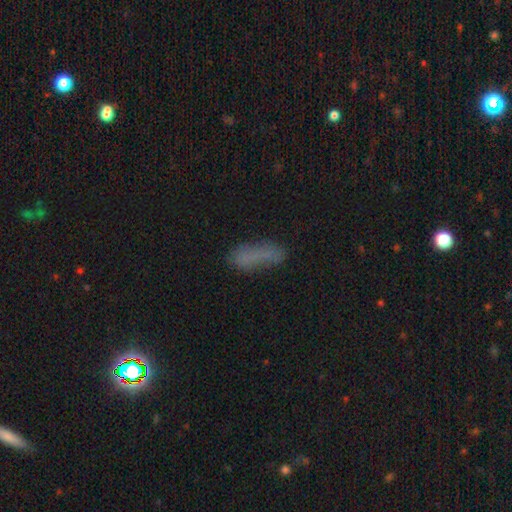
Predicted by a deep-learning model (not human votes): A smooth galaxy with no disk features (65%) that is cigar-shaped (60%).

Vote fractions:
- Smooth or featured? smooth: 65% / star or artifact: 18% / featured or disk: 18%
- How rounded? cigar-shaped: 60% / in between: 37% / round: 3%
- Merging? none: 61% / minor disturbance: 23% / major disturbance: 12% / merger: 4%